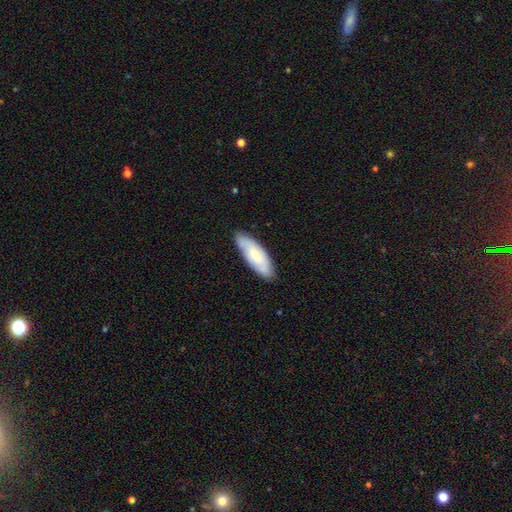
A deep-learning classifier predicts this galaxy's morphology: Q: Smooth or featured?
A: smooth (61%); runner-up: featured or disk (33%)
Q: How rounded?
A: in between (66%); runner-up: cigar-shaped (32%)
Q: Merging?
A: none (83%); runner-up: minor disturbance (14%)